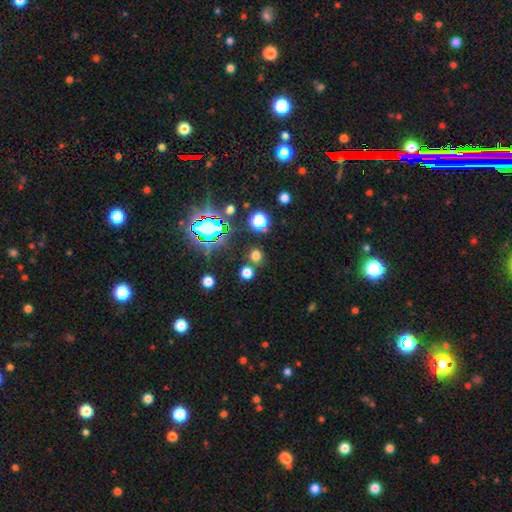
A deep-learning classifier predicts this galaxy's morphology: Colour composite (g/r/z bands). It shows a smooth galaxy with no disk features (65%) that is round (85%). Merging: none (80%).